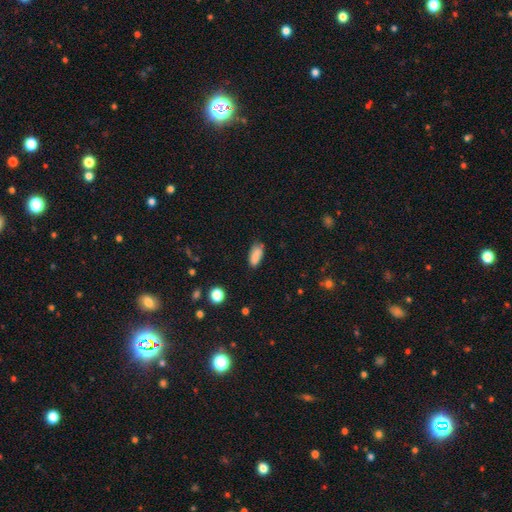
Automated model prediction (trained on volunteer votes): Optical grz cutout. It shows a smooth galaxy with no disk features (84%) that is in between round and cigar-shaped (86%). Merging: none (66%).